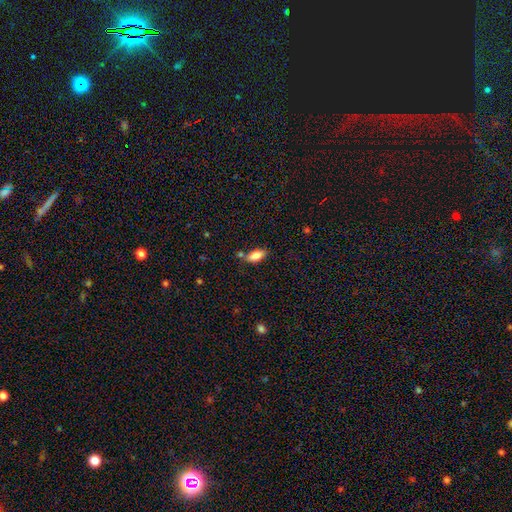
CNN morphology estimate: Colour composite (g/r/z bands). It shows a smooth galaxy with no disk features (83%) that is in between round and cigar-shaped (88%). Merging: none (70%).